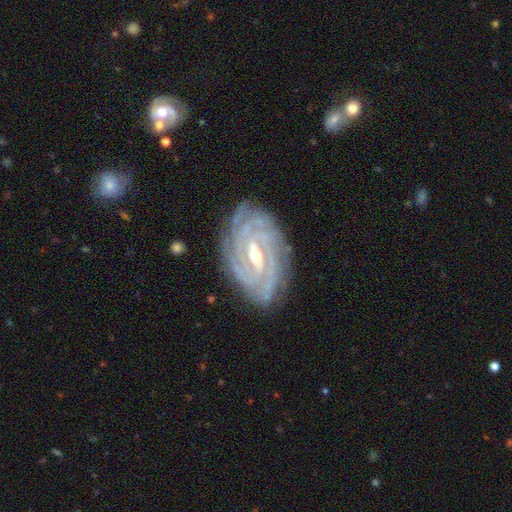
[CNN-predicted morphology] A featured or disk galaxy (91%) with a weak bar (44%), 4 (30%) tight (80%) spiral arms (98%) and a moderate central bulge (51%). Merging: none (82%).